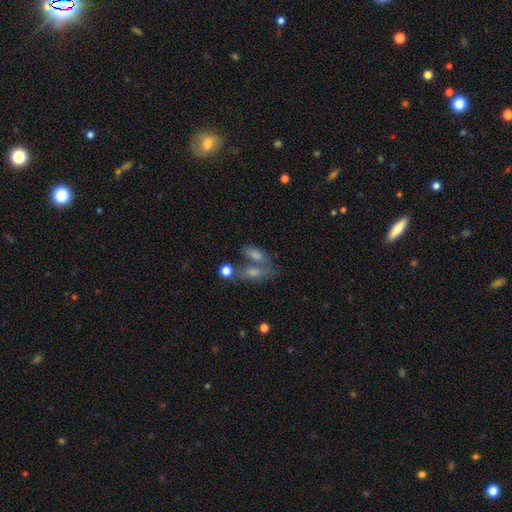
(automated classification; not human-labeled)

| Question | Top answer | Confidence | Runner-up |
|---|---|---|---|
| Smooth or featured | smooth | 60% | featured or disk (23%) |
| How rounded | in between | 72% | cigar-shaped (17%) |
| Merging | none | 40% | tied: merger (40%) |